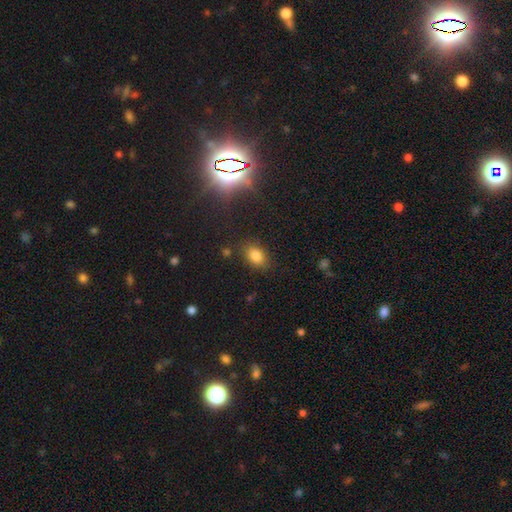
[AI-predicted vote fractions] Smooth or featured: smooth — 80% (star or artifact — 12%)
How rounded: in between — 78% (round — 21%)
Merging: none — 82% (minor disturbance — 12%)